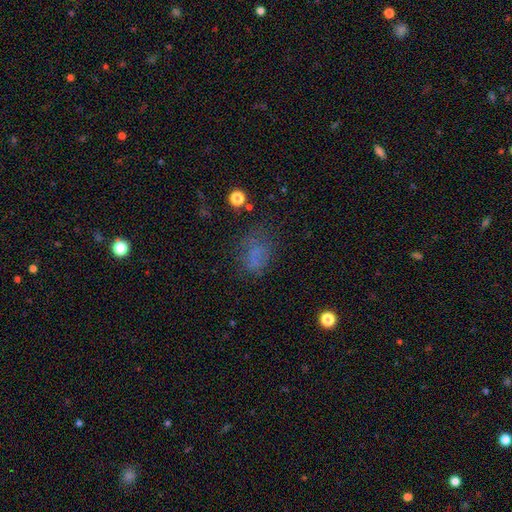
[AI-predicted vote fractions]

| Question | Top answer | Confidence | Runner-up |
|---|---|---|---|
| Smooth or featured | smooth | 61% | star or artifact (22%) |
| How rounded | in between | 68% | round (30%) |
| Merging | none | 54% | minor disturbance (22%) |